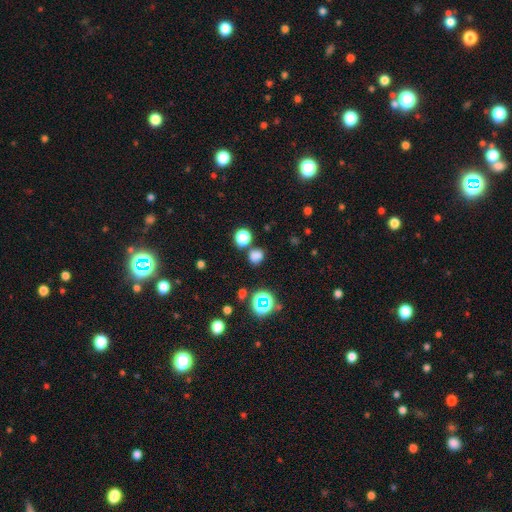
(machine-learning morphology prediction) smooth_or_featured: smooth (p=0.69) [alt: star or artifact p=0.24]
how_rounded: round (p=0.74) [alt: in between p=0.25]
merging: none (p=0.71) [alt: merger p=0.13]